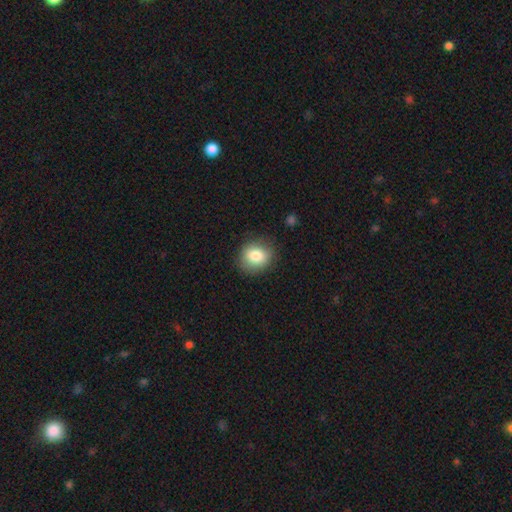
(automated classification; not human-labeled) A smooth galaxy with no disk features (83%) that is round (72%).

Vote fractions:
- Smooth or featured? smooth: 83% / star or artifact: 9% / featured or disk: 9%
- How rounded? round: 72% / in between: 27% / cigar-shaped: 1%
- Merging? none: 84% / minor disturbance: 11% / major disturbance: 3% / merger: 1%